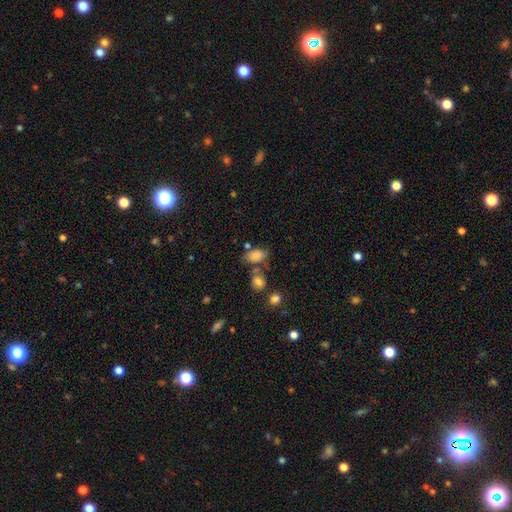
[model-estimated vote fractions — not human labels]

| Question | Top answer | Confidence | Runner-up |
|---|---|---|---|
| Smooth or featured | smooth | 81% | star or artifact (10%) |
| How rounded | in between | 89% | round (9%) |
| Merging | none | 49% | merger (23%) |